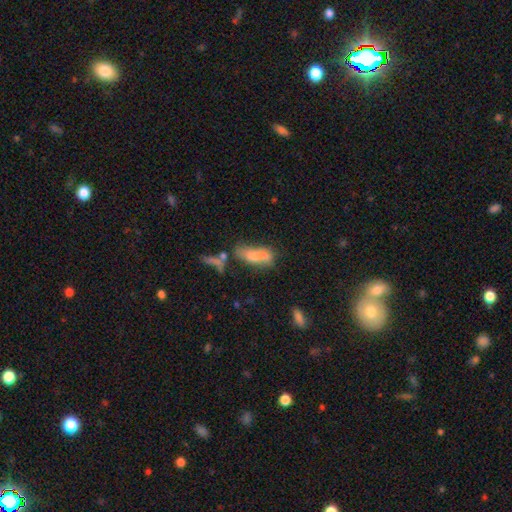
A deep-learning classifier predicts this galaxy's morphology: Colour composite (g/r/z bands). It shows a smooth galaxy with no disk features (64%) that is in between round and cigar-shaped (71%). Merging: merger (35%).